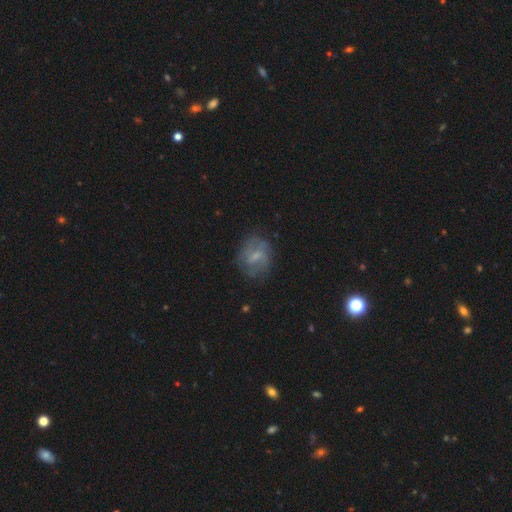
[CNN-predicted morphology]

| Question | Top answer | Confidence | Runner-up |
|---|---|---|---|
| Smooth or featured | featured or disk | 51% | smooth (39%) |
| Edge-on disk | no | 96% | yes (4%) |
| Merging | none | 68% | minor disturbance (20%) |